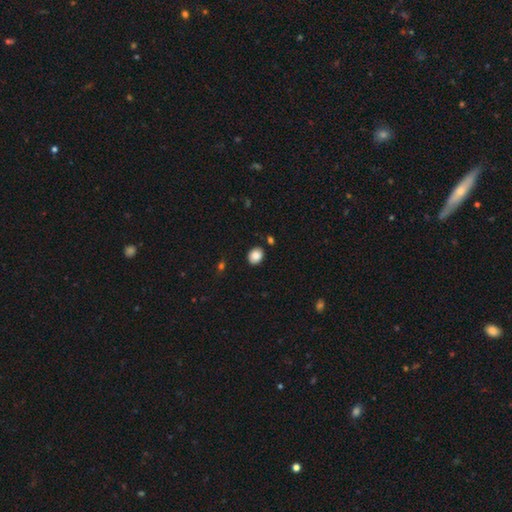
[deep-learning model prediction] smooth_or_featured: smooth (p=0.87) [alt: star or artifact p=0.08]
how_rounded: in between (p=0.52) [alt: round p=0.47]
merging: none (p=0.86) [alt: minor disturbance p=0.09]